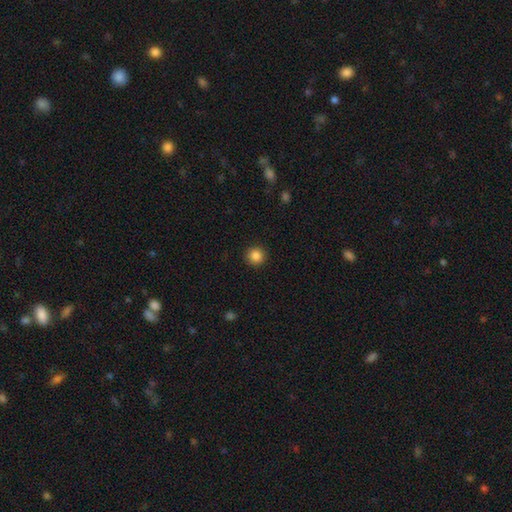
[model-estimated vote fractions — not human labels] Q: Smooth or featured?
A: smooth (86%); runner-up: star or artifact (10%)
Q: How rounded?
A: round (95%); runner-up: in between (4%)
Q: Merging?
A: none (92%); runner-up: minor disturbance (5%)